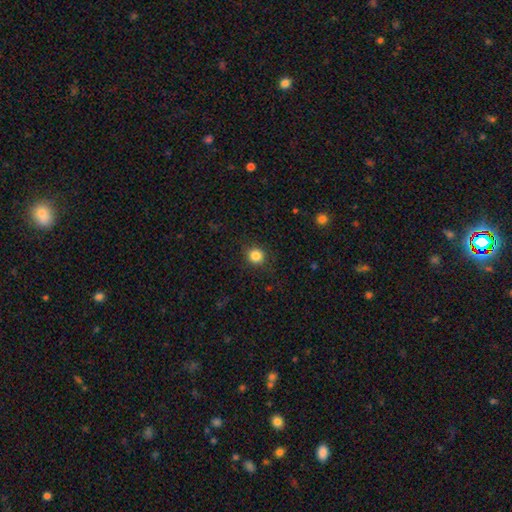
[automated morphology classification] The model was most divided on "smooth or featured": smooth: 85%, star or artifact: 11%, featured or disk: 4%. More confident: how rounded — round (90%); merging — none (88%).